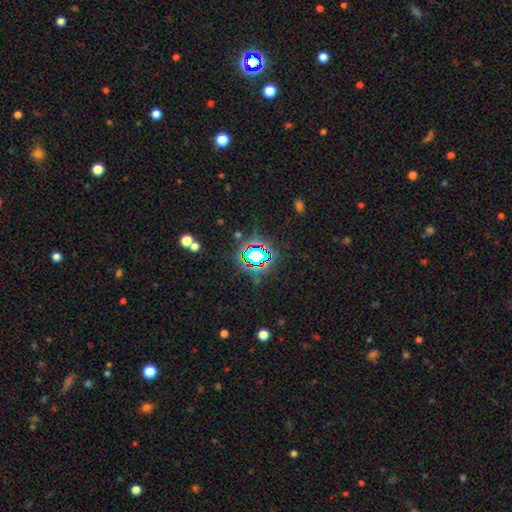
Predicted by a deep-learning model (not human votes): Q: Smooth or featured?
A: star or artifact (71%); runner-up: smooth (17%)